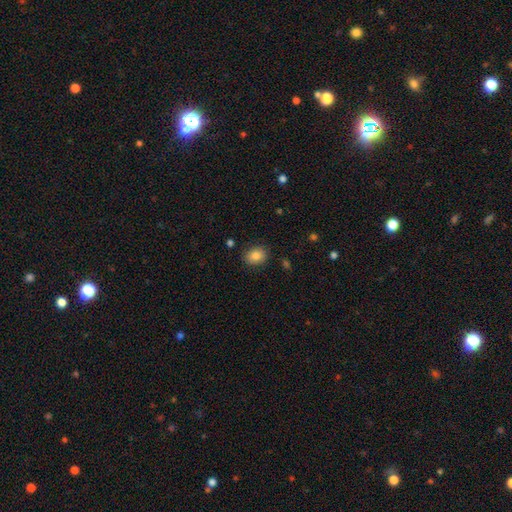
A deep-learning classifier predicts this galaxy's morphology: Overall: smooth (84%). How rounded: in between (55%; round 44%). Merging: none (87%).